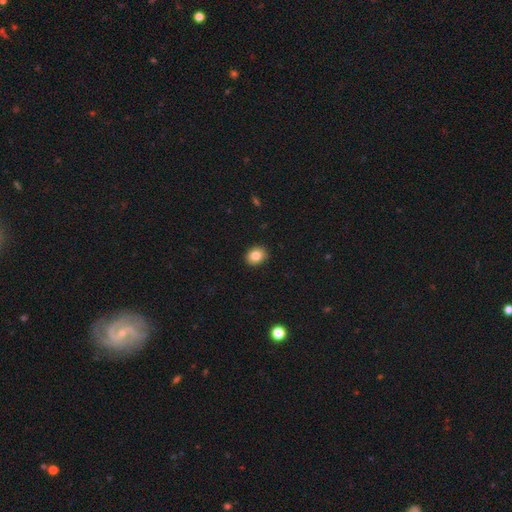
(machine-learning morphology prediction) A smooth galaxy with no disk features (84%) that is round (52%).

Vote fractions:
- Smooth or featured? smooth: 84% / star or artifact: 9% / featured or disk: 7%
- How rounded? round: 52% / in between: 47% / cigar-shaped: 1%
- Merging? none: 91% / minor disturbance: 7% / major disturbance: 2% / merger: 1%